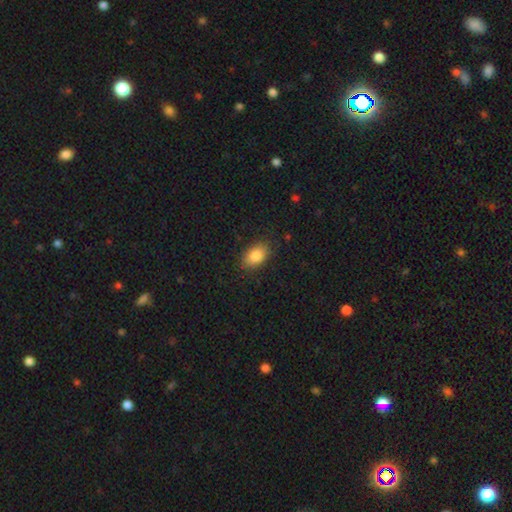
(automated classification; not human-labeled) Smooth or featured?
  - smooth: 85% *
  - star or artifact: 8%
  - featured or disk: 7%
How rounded?
  - in between: 88% *
  - round: 11%
  - cigar-shaped: 1%
Merging?
  - none: 85% *
  - minor disturbance: 11%
  - major disturbance: 3%
  - merger: 1%